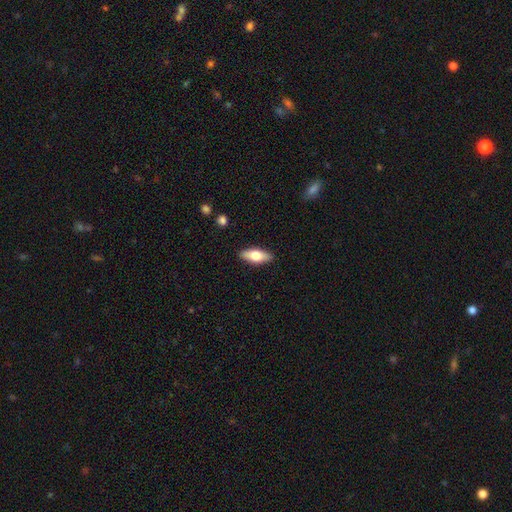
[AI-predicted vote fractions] Smooth or featured: smooth — 66% (featured or disk — 28%)
How rounded: in between — 77% (cigar-shaped — 21%)
Merging: none — 88% (minor disturbance — 9%)